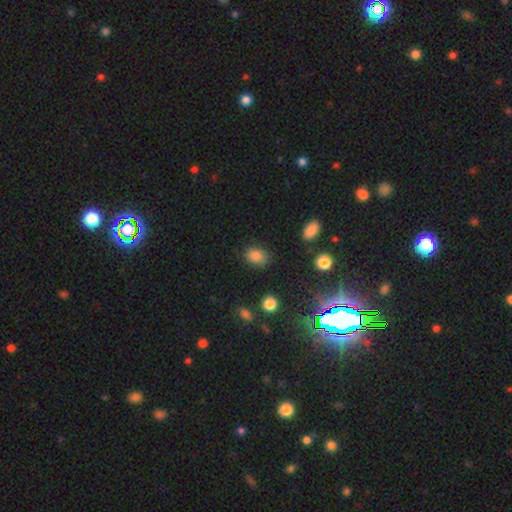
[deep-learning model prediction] Smooth or featured? Predicted: smooth (p=0.83). How rounded? Predicted: in between (p=0.70). Merging? Predicted: none (p=0.77).